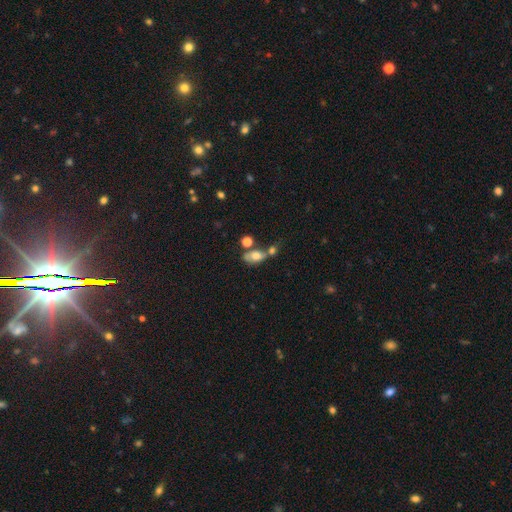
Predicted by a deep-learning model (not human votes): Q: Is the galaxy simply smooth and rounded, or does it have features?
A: smooth — 63%.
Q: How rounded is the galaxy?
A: in between — 80%.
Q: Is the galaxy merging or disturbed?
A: merger — 43%.